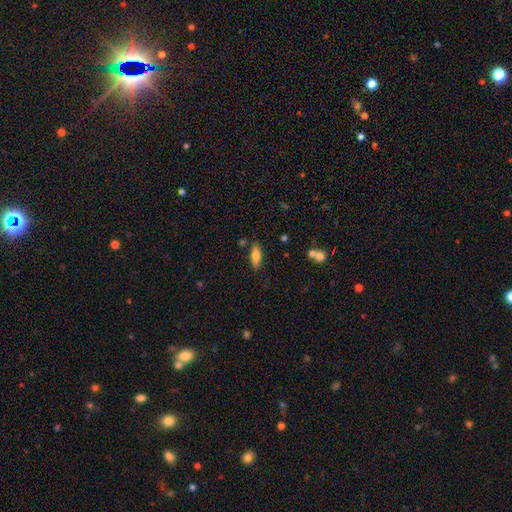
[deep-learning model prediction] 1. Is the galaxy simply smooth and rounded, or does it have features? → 73% smooth, 19% featured or disk, 8% star or artifact.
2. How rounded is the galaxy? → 63% in between, 35% cigar-shaped, 2% round.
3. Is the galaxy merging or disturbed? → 78% none, 13% minor disturbance, 5% merger, 3% major disturbance.